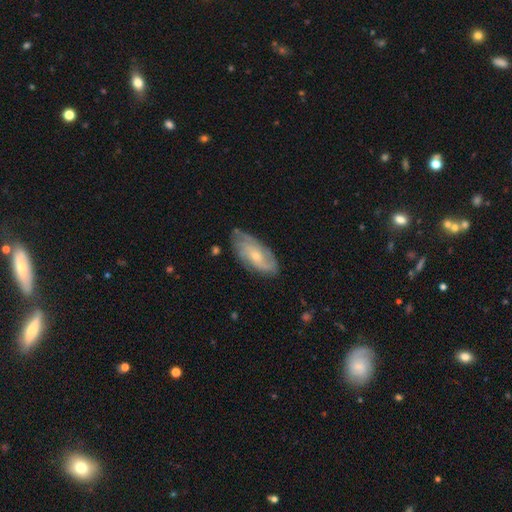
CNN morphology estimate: Smooth or featured?
  - featured or disk: 69% *
  - smooth: 25%
  - star or artifact: 6%
Edge-on disk?
  - no: 92% *
  - yes: 8%
Bar?
  - no: 71% *
  - weak: 25%
  - strong: 4%
Spiral arms?
  - yes: 89% *
  - no: 11%
Spiral winding?
  - tight: 45% *
  - medium: 38%
  - loose: 17%
Spiral arm count?
  - can't tell: 38% *
  - 2: 27%
  - 3: 18%
  - 4: 9%
  - 1: 4%
  - more than 4: 4%
Bulge size?
  - small: 62% *
  - moderate: 34%
  - none: 2%
  - large: 1%
  - dominant: 1%
Merging?
  - none: 69% *
  - minor disturbance: 23%
  - major disturbance: 6%
  - merger: 2%